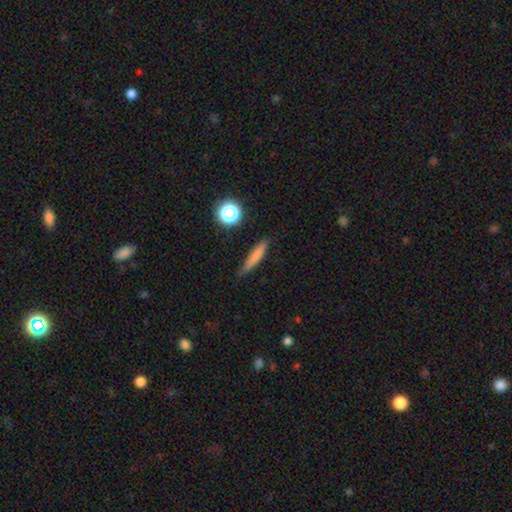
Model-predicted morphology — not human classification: Smooth or featured? smooth (73%)
How rounded? cigar-shaped (85%)
Merging? none (78%)